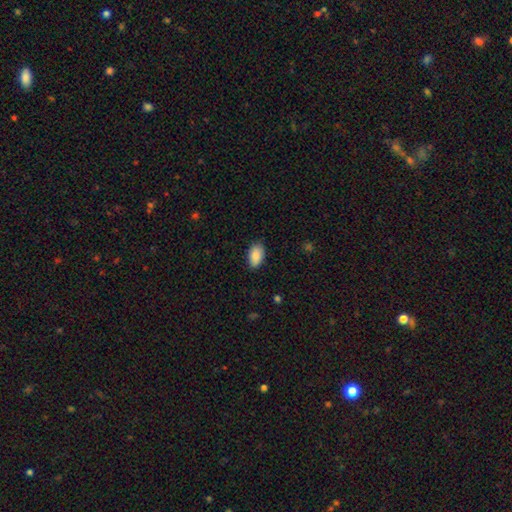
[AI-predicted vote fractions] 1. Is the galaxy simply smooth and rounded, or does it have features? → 89% smooth, 7% star or artifact, 5% featured or disk.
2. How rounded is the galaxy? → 94% in between, 5% round, 2% cigar-shaped.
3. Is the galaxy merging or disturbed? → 84% none, 13% minor disturbance, 2% major disturbance, 1% merger.